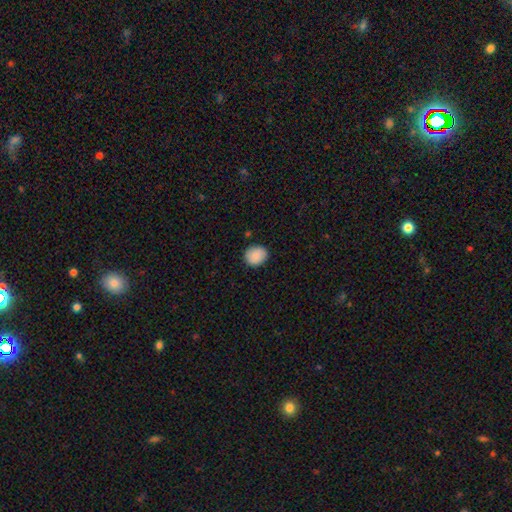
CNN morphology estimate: Smooth or featured? Predicted: smooth (p=0.89). How rounded? Predicted: round (p=0.73). Merging? Predicted: none (p=0.88).